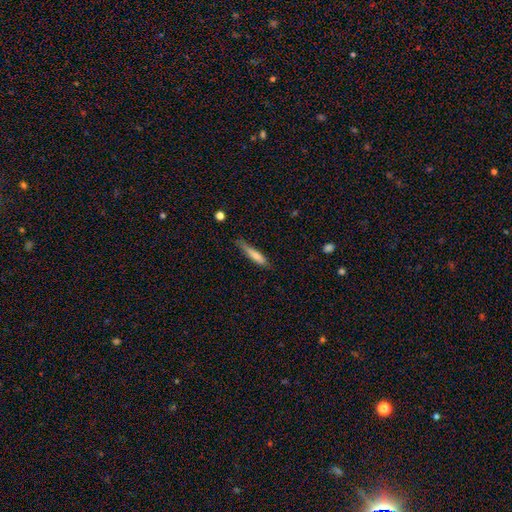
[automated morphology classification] Overall: smooth (68%). How rounded: cigar-shaped (87%). Merging: none (68%).